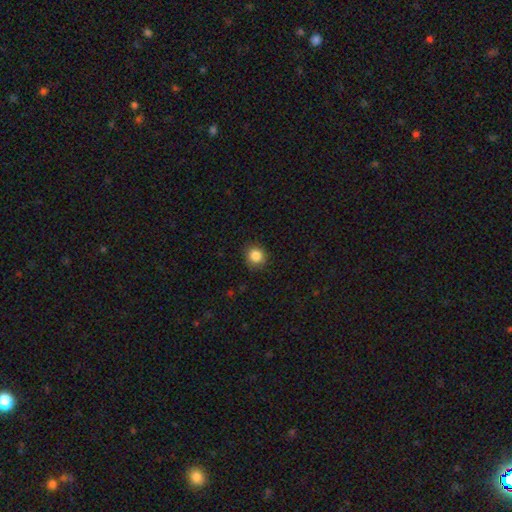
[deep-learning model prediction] A smooth galaxy with no disk features (86%) that is round (88%). Merging: none (88%).